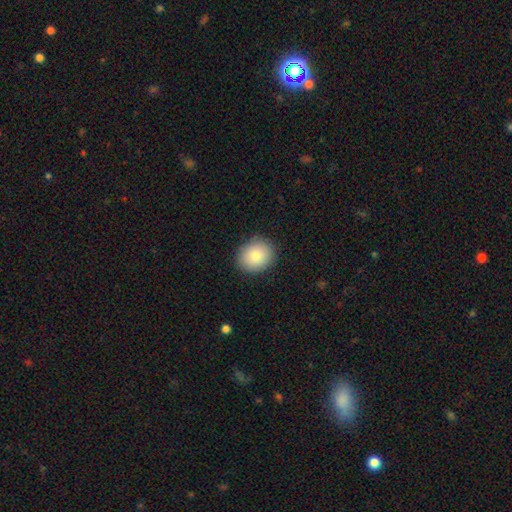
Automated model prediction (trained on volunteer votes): A smooth galaxy with no disk features (84%) that is round (72%). Merging: none (88%).